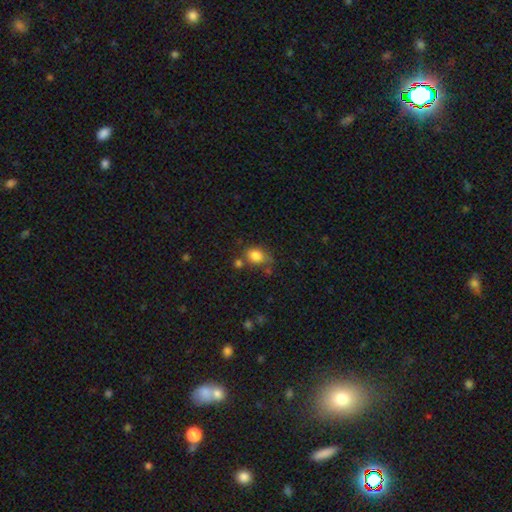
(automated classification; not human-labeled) A smooth galaxy with no disk features (82%) that is in between round and cigar-shaped (59%).

Vote fractions:
- Smooth or featured? smooth: 82% / star or artifact: 10% / featured or disk: 8%
- How rounded? in between: 59% / round: 40% / cigar-shaped: 1%
- Merging? none: 58% / minor disturbance: 21% / merger: 14% / major disturbance: 7%